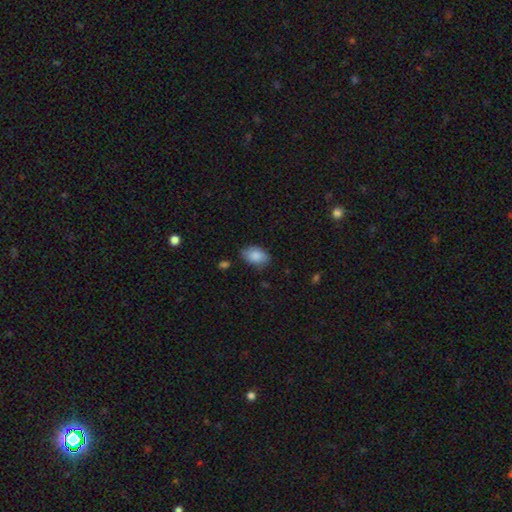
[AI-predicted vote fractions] This appears to be a smooth galaxy with no disk features (85%) that is in between round and cigar-shaped (86%). Merging: none (73%).